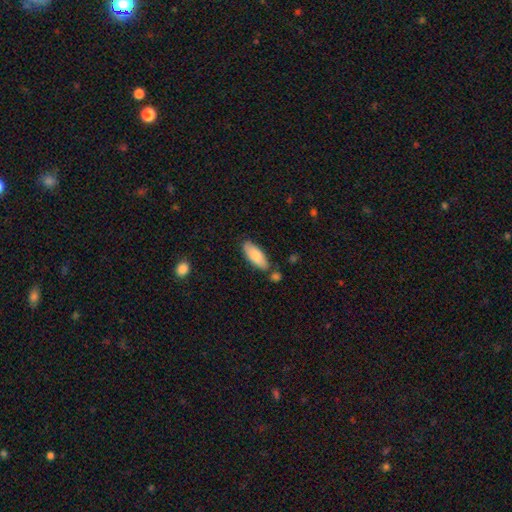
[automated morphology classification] This is clearly a smooth galaxy (83%). How rounded: likely in between (79%). Merging: likely none (74%).